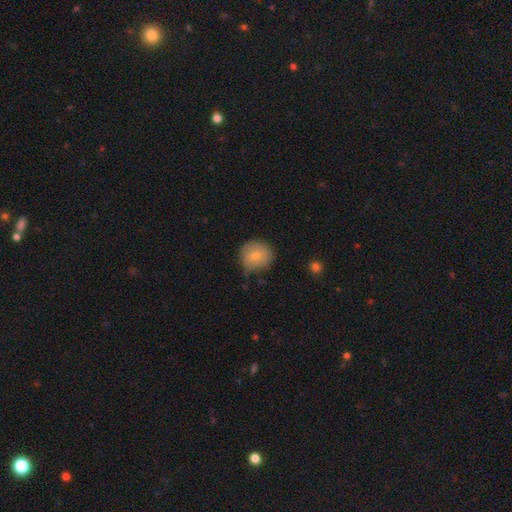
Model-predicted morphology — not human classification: Q: Smooth or featured?
A: smooth (77%); runner-up: featured or disk (15%)
Q: How rounded?
A: round (92%); runner-up: in between (7%)
Q: Merging?
A: none (70%); runner-up: minor disturbance (24%)